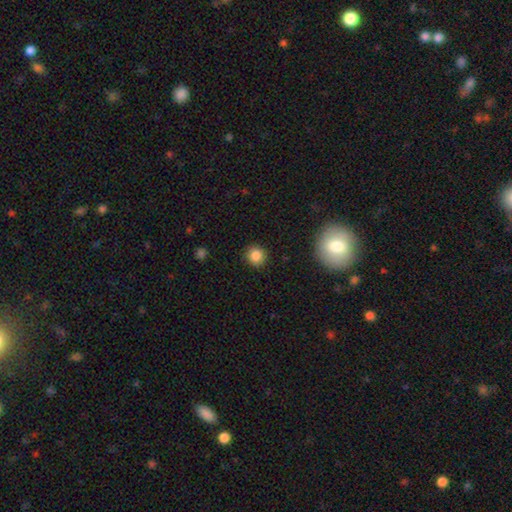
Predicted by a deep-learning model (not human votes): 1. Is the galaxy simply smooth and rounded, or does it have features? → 85% smooth, 10% star or artifact, 4% featured or disk.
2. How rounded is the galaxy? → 90% round, 9% in between, 1% cigar-shaped.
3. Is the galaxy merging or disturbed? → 90% none, 6% minor disturbance, 2% major disturbance, 1% merger.